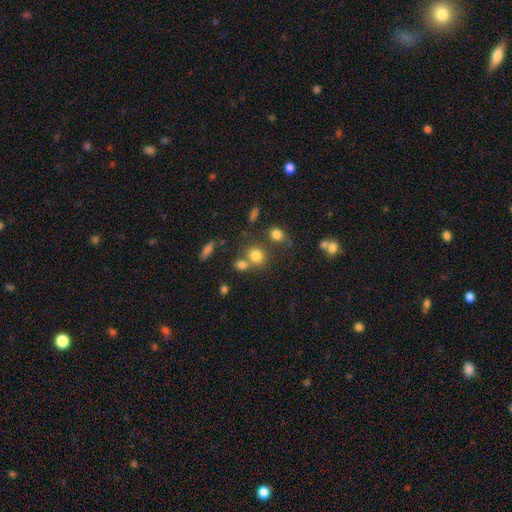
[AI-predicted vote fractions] smooth-or-featured: smooth: 77% | star or artifact: 13% | featured or disk: 9%
  how-rounded: round: 75% | in between: 24% | cigar-shaped: 1%
  merging: none: 53% | merger: 31% | minor disturbance: 11% | major disturbance: 5%